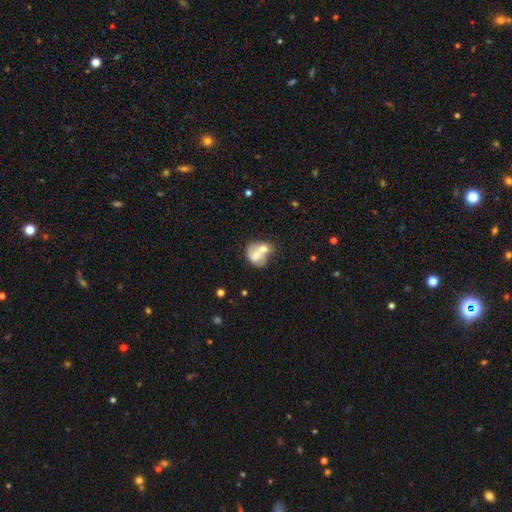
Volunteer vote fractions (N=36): This appears to be a featured or disk galaxy (56%) with no bar (67%), no spiral arms (61%) and a moderate central bulge (61%). Merging: merger (69%).